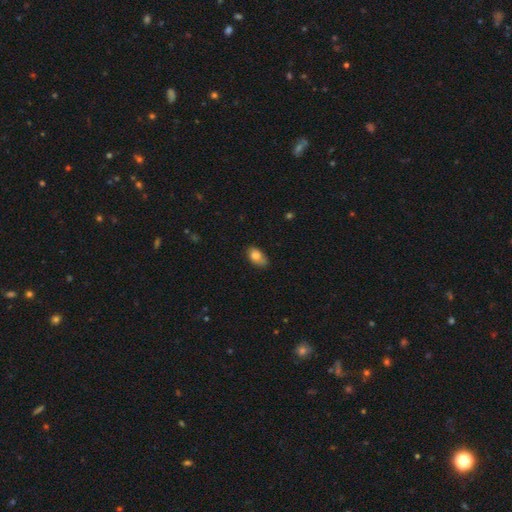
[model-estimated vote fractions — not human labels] smooth-or-featured: smooth: 80% | featured or disk: 11% | star or artifact: 8%
  how-rounded: in between: 87% | round: 10% | cigar-shaped: 2%
  merging: none: 57% | minor disturbance: 33% | major disturbance: 8% | merger: 2%